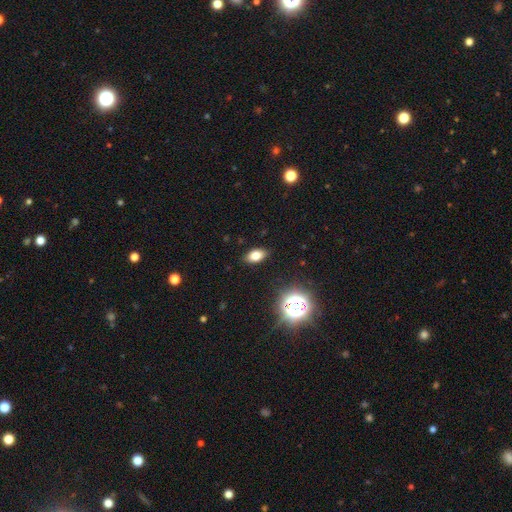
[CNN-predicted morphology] A smooth galaxy with no disk features (77%) that is in between round and cigar-shaped (87%).

Vote fractions:
- Smooth or featured? smooth: 77% / star or artifact: 14% / featured or disk: 9%
- How rounded? in between: 87% / round: 10% / cigar-shaped: 3%
- Merging? none: 88% / minor disturbance: 9% / major disturbance: 2% / merger: 1%